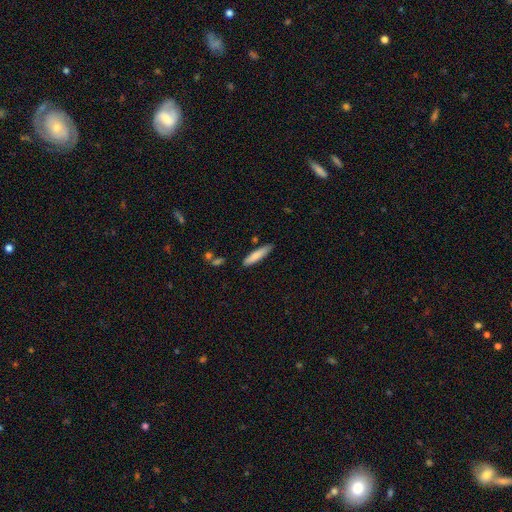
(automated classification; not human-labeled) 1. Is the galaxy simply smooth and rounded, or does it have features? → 82% smooth, 12% featured or disk, 6% star or artifact.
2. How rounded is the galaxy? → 80% cigar-shaped, 18% in between, 1% round.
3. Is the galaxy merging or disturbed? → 83% none, 13% minor disturbance, 3% merger, 2% major disturbance.